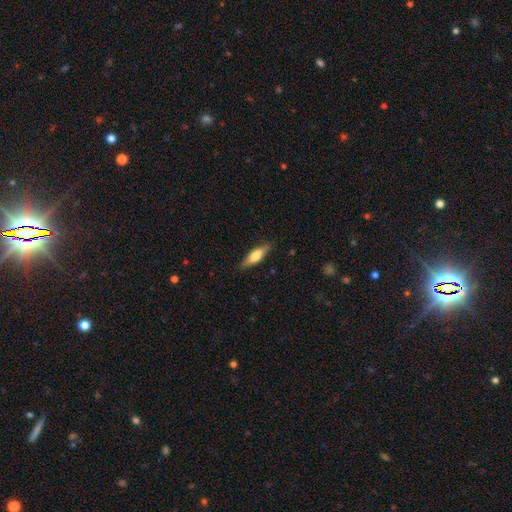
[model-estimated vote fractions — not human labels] Smooth or featured? smooth (58%)
How rounded? cigar-shaped (52%)
Merging? none (85%)